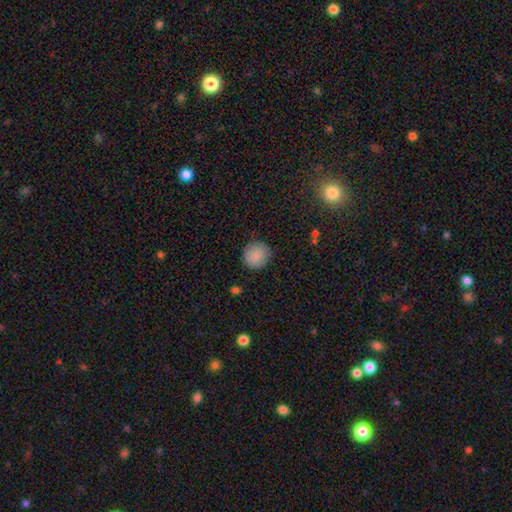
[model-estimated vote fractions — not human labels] Overall: smooth (88%). How rounded: round (92%). Merging: none (88%).